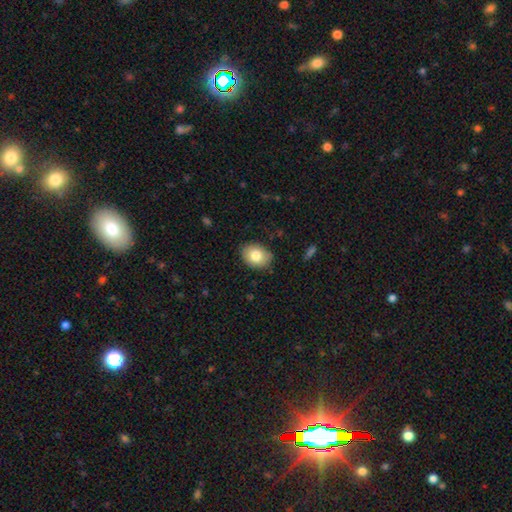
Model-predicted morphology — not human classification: Smooth or featured?
  - smooth: 81% *
  - featured or disk: 11%
  - star or artifact: 7%
How rounded?
  - in between: 73% *
  - round: 26%
  - cigar-shaped: 1%
Merging?
  - none: 85% *
  - minor disturbance: 12%
  - major disturbance: 2%
  - merger: 1%